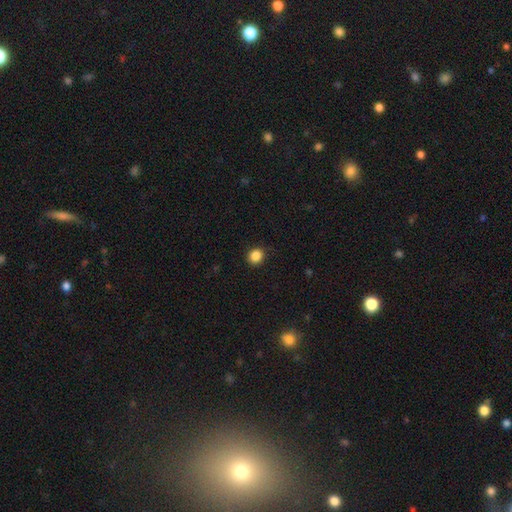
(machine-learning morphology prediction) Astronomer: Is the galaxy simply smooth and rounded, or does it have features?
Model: smooth — 86%.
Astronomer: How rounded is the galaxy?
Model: round — 83%.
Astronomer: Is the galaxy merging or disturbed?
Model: none — 90%.